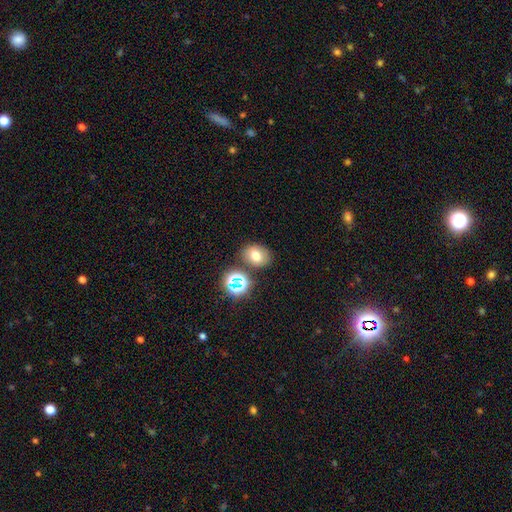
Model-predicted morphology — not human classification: Smooth or featured? Predicted: smooth (p=0.67). How rounded? Predicted: in between (p=0.57). Merging? Predicted: none (p=0.76).